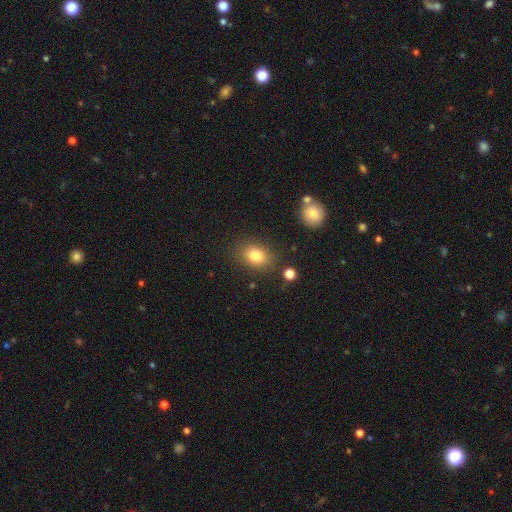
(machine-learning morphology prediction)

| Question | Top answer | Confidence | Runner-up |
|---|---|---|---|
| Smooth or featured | smooth | 81% | star or artifact (11%) |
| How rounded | in between | 70% | round (29%) |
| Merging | none | 82% | minor disturbance (11%) |